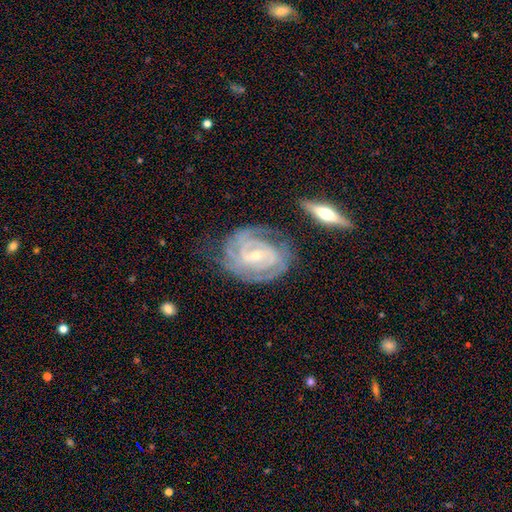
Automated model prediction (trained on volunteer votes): smooth-or-featured: featured or disk: 90% | smooth: 5% | star or artifact: 5%
  disk-edge-on: no: 96% | yes: 4%
    bar: weak: 43% | no: 35% | strong: 22%
    has-spiral-arms: yes: 97% | no: 3%
      spiral-winding: tight: 72% | medium: 24% | loose: 4%
      spiral-arm-count: 2: 44% | 3: 23% | can't tell: 18% | 4: 8% | 1: 4% | more than 4: 4%
    bulge-size: small: 67% | moderate: 29% | none: 1% | large: 1% | dominant: 1%
  merging: none: 68% | minor disturbance: 20% | major disturbance: 9% | merger: 4%